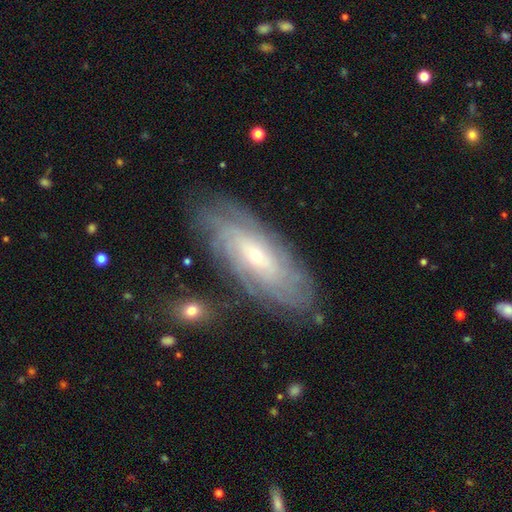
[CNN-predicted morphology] smooth-or-featured: featured or disk: 81% | smooth: 12% | star or artifact: 7%
  disk-edge-on: no: 88% | yes: 12%
    bar: no: 62% | weak: 30% | strong: 9%
    has-spiral-arms: yes: 94% | no: 6%
      spiral-winding: tight: 77% | medium: 18% | loose: 5%
      spiral-arm-count: can't tell: 48% | more than 4: 15% | 4: 15% | 3: 8% | 2: 8% | 1: 5%
    bulge-size: small: 73% | moderate: 24% | large: 2% | none: 1% | dominant: 1%
  merging: none: 82% | minor disturbance: 13% | major disturbance: 4% | merger: 2%